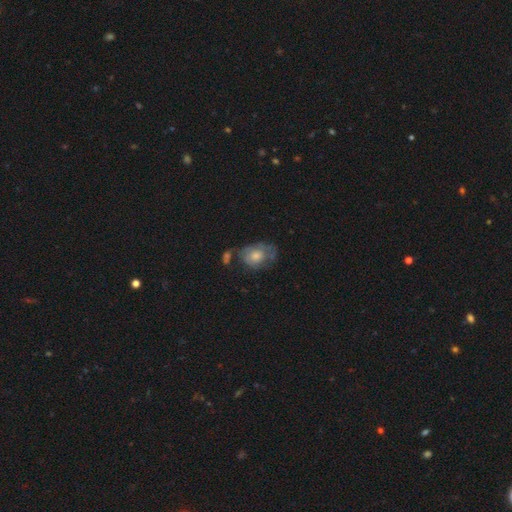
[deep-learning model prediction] Smooth or featured? Predicted: smooth (p=0.48). Merging? Predicted: none (p=0.37).